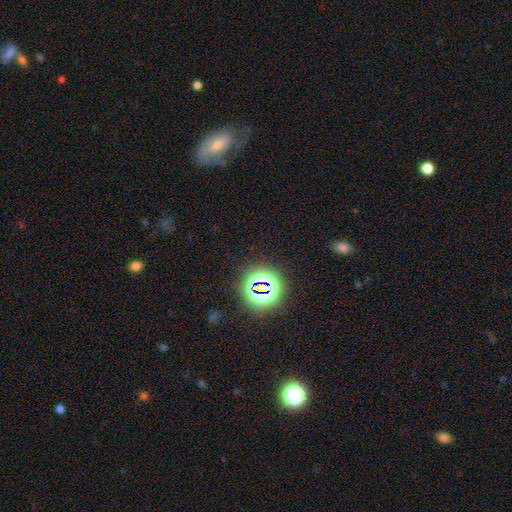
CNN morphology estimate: Overall: star or artifact (71%).